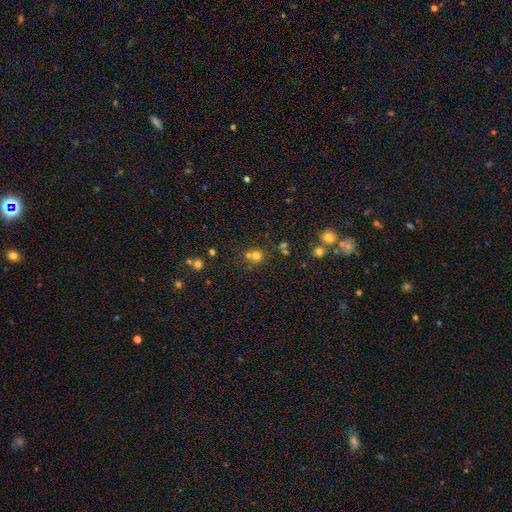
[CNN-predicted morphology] Smooth or featured?
  - smooth: 71% *
  - star or artifact: 19%
  - featured or disk: 10%
How rounded?
  - round: 88% *
  - in between: 11%
  - cigar-shaped: 1%
Merging?
  - none: 57% *
  - merger: 32%
  - minor disturbance: 8%
  - major disturbance: 3%